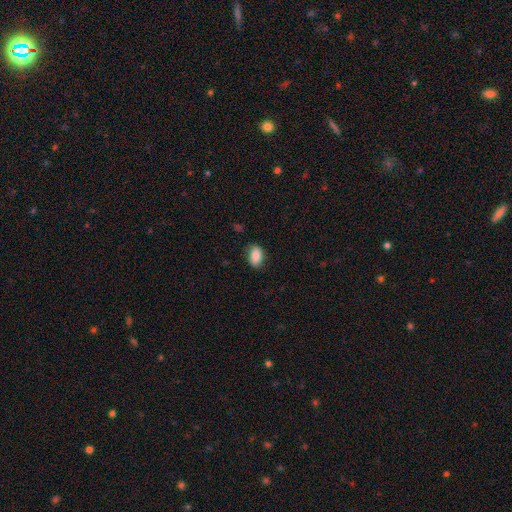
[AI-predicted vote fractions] smooth-or-featured: smooth: 87% | star or artifact: 7% | featured or disk: 6%
  how-rounded: in between: 86% | round: 13% | cigar-shaped: 2%
  merging: none: 82% | minor disturbance: 14% | major disturbance: 3% | merger: 1%